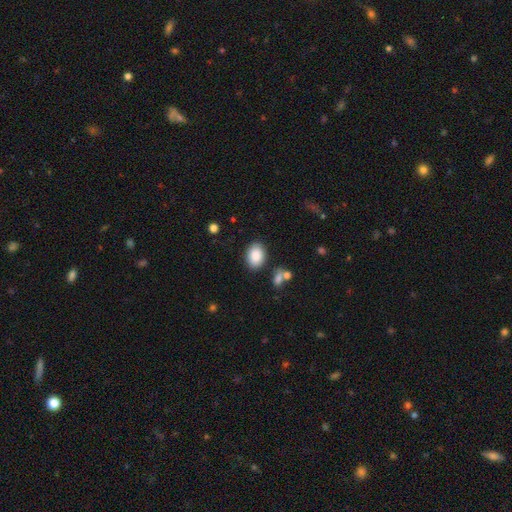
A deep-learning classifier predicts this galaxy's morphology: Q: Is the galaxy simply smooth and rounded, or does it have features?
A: smooth — 88%.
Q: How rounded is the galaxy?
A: in between — 80%.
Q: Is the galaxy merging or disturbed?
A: none — 84%.